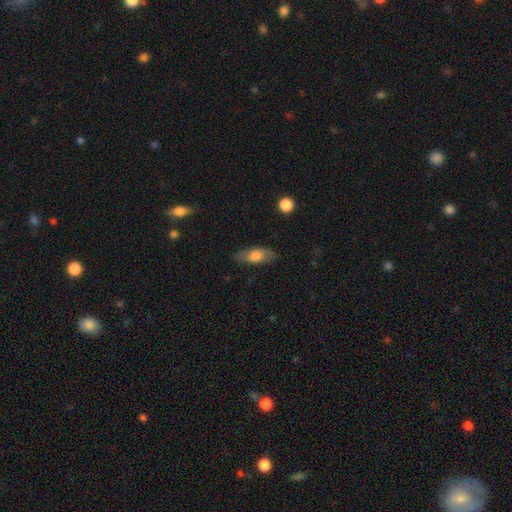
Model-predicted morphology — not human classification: This appears to be a smooth galaxy with no disk features (68%) that is in between round and cigar-shaped (72%). Merging: none (81%).